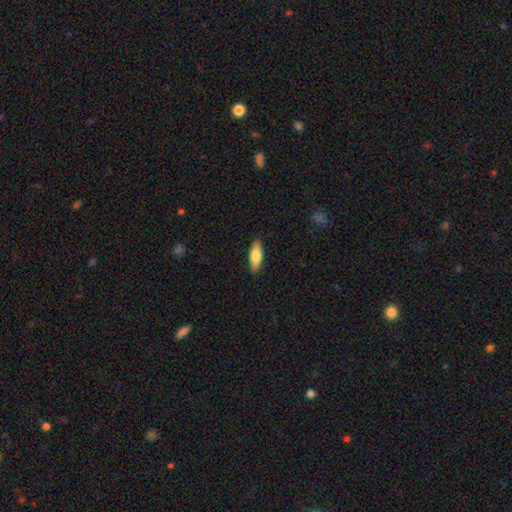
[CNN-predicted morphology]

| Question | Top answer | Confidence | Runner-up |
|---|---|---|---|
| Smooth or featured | smooth | 74% | featured or disk (20%) |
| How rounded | in between | 64% | cigar-shaped (34%) |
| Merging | none | 89% | minor disturbance (9%) |